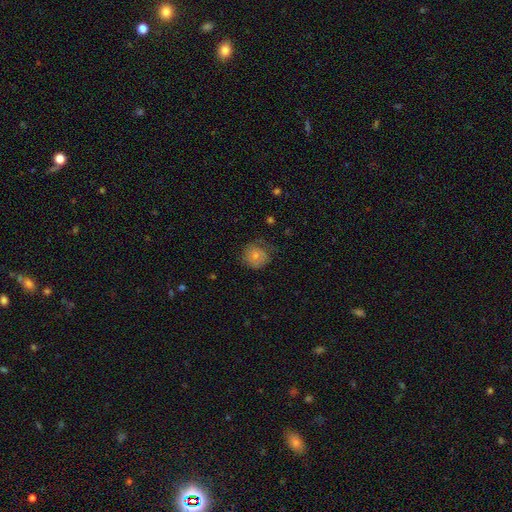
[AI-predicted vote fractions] The model was most divided on "merging": none: 59%, minor disturbance: 26%, major disturbance: 14%, merger: 1%. More confident: how rounded — round (86%); smooth or featured — smooth (70%).